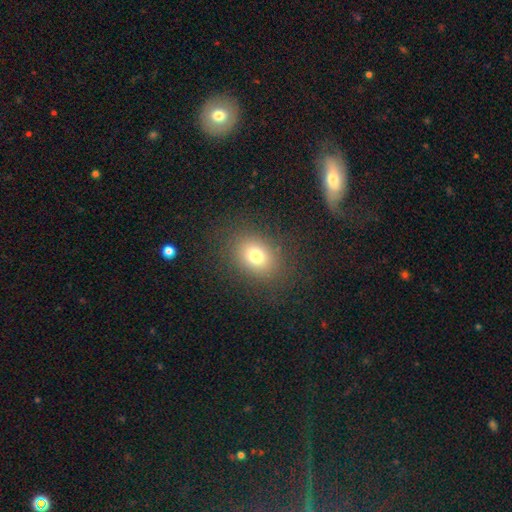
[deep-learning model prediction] smooth-or-featured: smooth: 74% | star or artifact: 14% | featured or disk: 11%
  how-rounded: in between: 57% | round: 42% | cigar-shaped: 1%
  merging: none: 84% | minor disturbance: 9% | major disturbance: 5% | merger: 1%